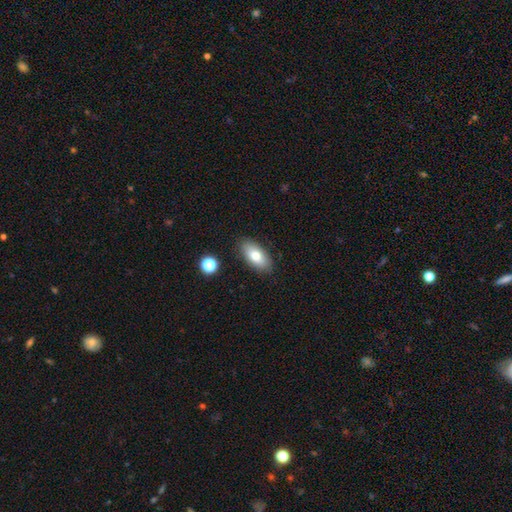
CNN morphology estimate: Smooth or featured: smooth — 75% (featured or disk — 18%)
How rounded: in between — 90% (cigar-shaped — 7%)
Merging: none — 86% (minor disturbance — 10%)